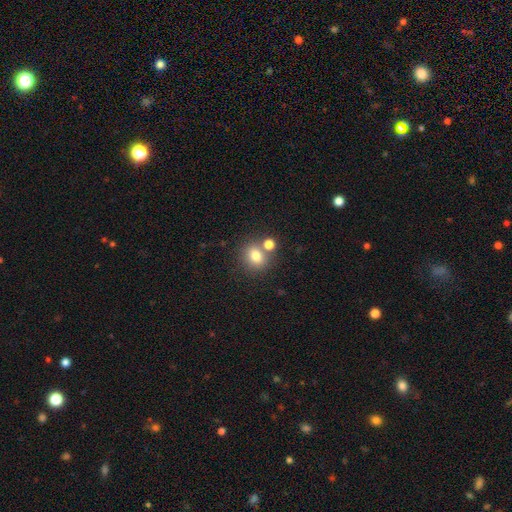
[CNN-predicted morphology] Smooth or featured? smooth (77%)
How rounded? round (67%)
Merging? none (62%)